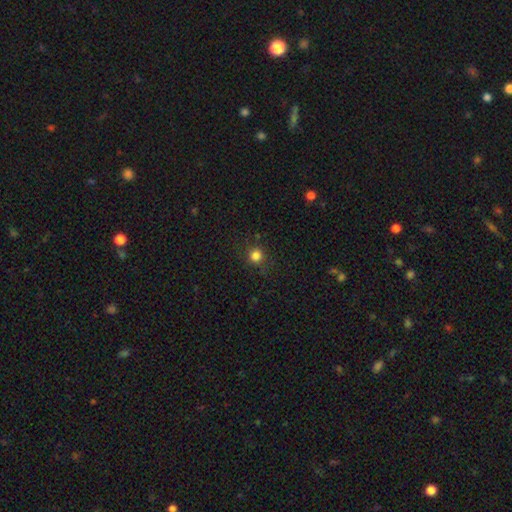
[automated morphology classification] Smooth or featured: smooth — 82% (star or artifact — 14%)
How rounded: round — 92% (in between — 7%)
Merging: none — 86% (minor disturbance — 10%)